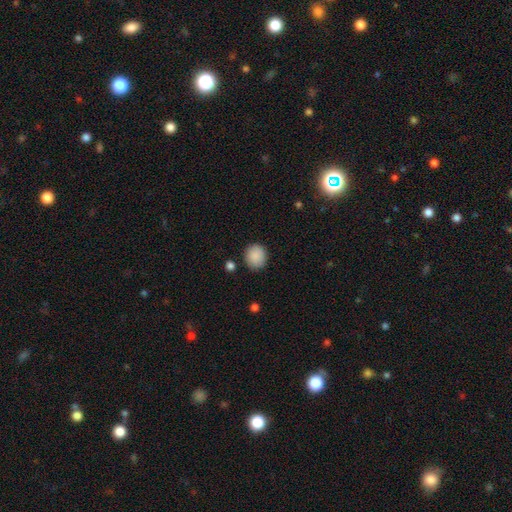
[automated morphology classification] This appears to be a smooth galaxy with no disk features (89%) that is round (82%). Merging: none (86%).